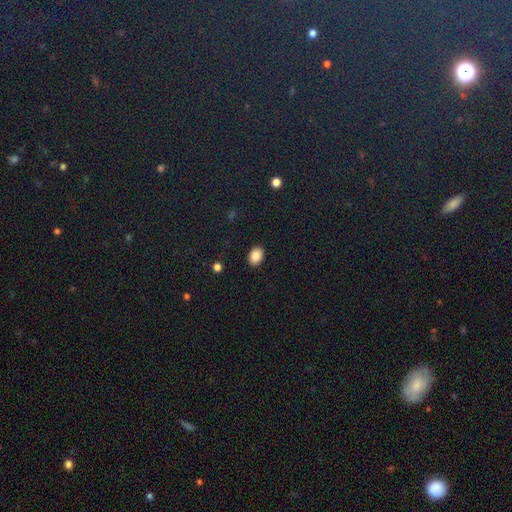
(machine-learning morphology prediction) smooth-or-featured: smooth: 88% | star or artifact: 9% | featured or disk: 4%
  how-rounded: in between: 74% | round: 25% | cigar-shaped: 1%
  merging: none: 89% | minor disturbance: 8% | major disturbance: 2% | merger: 1%